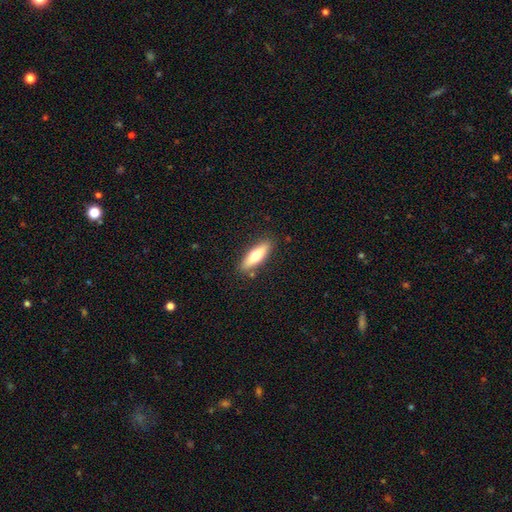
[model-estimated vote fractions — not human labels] A smooth galaxy with no disk features (63%) that is cigar-shaped (57%).

Vote fractions:
- Smooth or featured? smooth: 63% / featured or disk: 31% / star or artifact: 6%
- How rounded? cigar-shaped: 57% / in between: 41% / round: 2%
- Merging? none: 86% / minor disturbance: 10% / major disturbance: 2% / merger: 2%